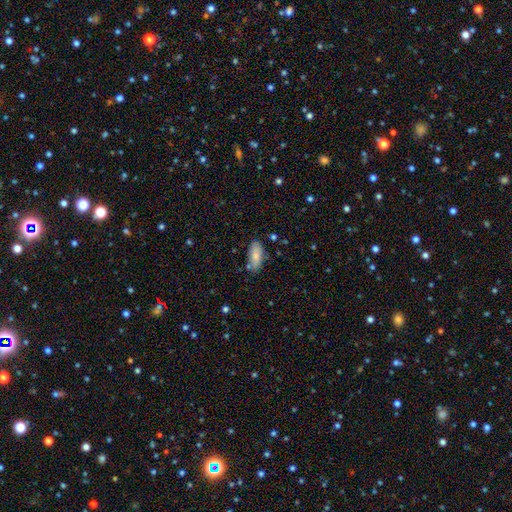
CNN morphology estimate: A smooth galaxy with no disk features (81%) that is in between round and cigar-shaped (83%). Merging: none (77%).